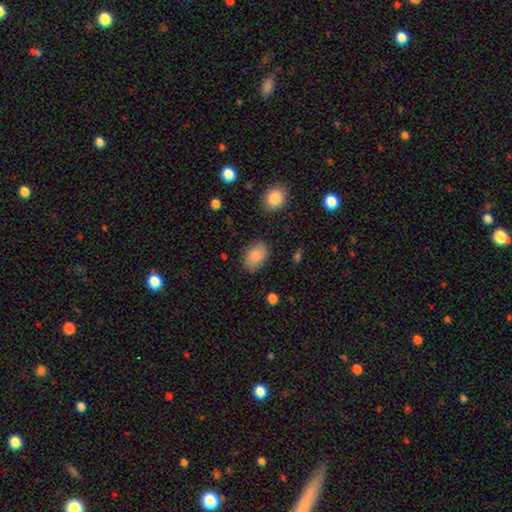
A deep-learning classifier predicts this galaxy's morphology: type=smooth (83%); roundness=in between (86%); merging=none (83%).